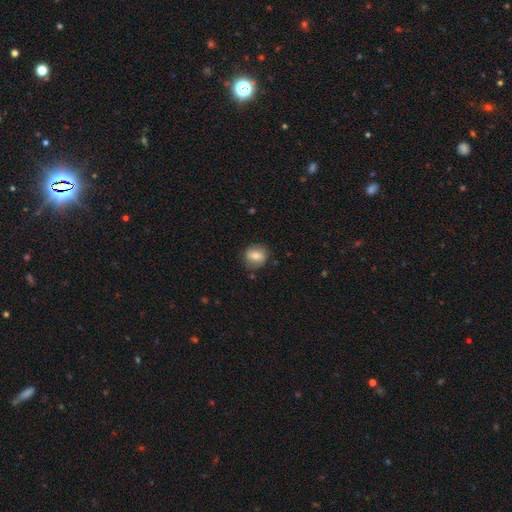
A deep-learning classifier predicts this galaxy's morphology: Smooth or featured: smooth — 74% (featured or disk — 17%)
How rounded: round — 74% (in between — 24%)
Merging: none — 81% (minor disturbance — 14%)